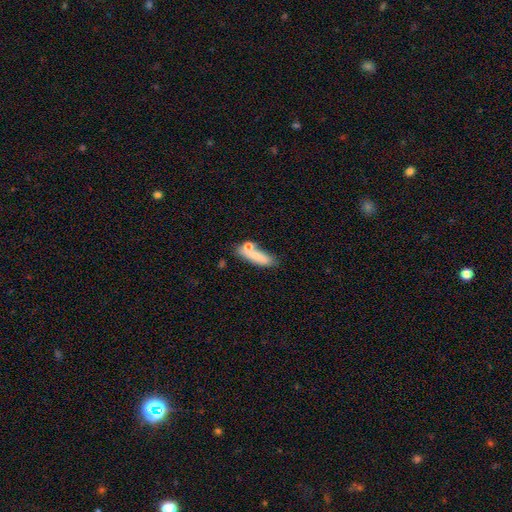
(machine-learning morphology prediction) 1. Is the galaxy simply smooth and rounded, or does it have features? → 72% smooth, 20% featured or disk, 8% star or artifact.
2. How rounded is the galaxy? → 48% in between (tied), 48% cigar-shaped (tied), 4% round.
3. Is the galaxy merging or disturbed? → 48% none, 24% merger, 19% minor disturbance, 8% major disturbance.